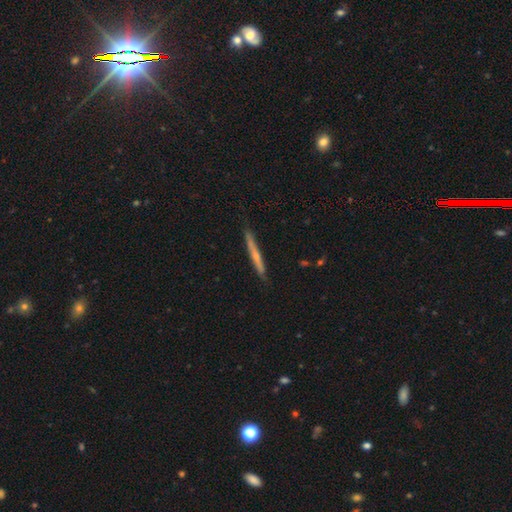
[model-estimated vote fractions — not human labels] Smooth or featured: featured or disk — 54% (smooth — 40%)
Edge-on disk: yes — 96% (no — 4%)
Edge-on bulge: rounded — 51% (none — 45%)
Merging: none — 86% (minor disturbance — 11%)